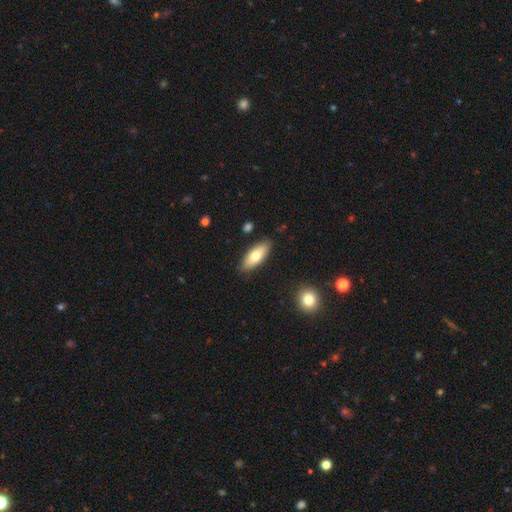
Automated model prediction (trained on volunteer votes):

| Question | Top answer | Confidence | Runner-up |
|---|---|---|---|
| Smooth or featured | smooth | 70% | featured or disk (24%) |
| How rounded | in between | 77% | cigar-shaped (21%) |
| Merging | none | 87% | minor disturbance (10%) |